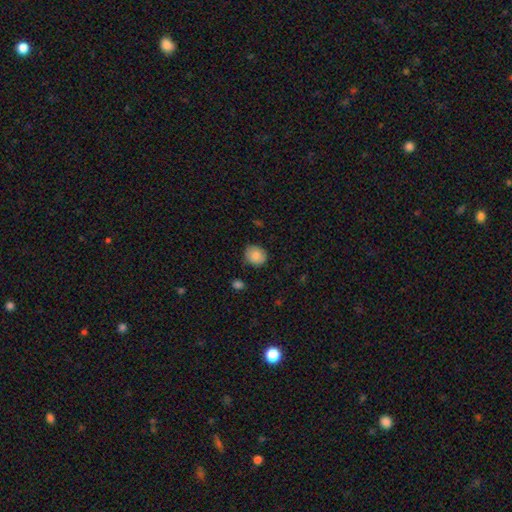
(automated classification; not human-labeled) Smooth or featured?
  - smooth: 86% *
  - star or artifact: 8%
  - featured or disk: 6%
How rounded?
  - round: 68% *
  - in between: 31%
  - cigar-shaped: 1%
Merging?
  - none: 79% *
  - minor disturbance: 16%
  - major disturbance: 3%
  - merger: 2%